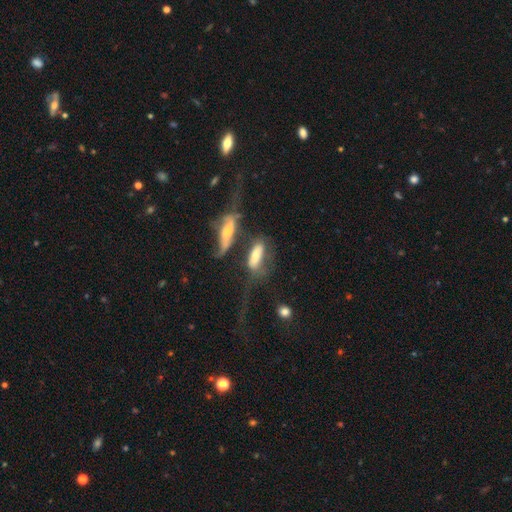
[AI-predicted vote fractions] A smooth galaxy with no disk features (60%) that is in between round and cigar-shaped (64%). Merging: merger (42%).